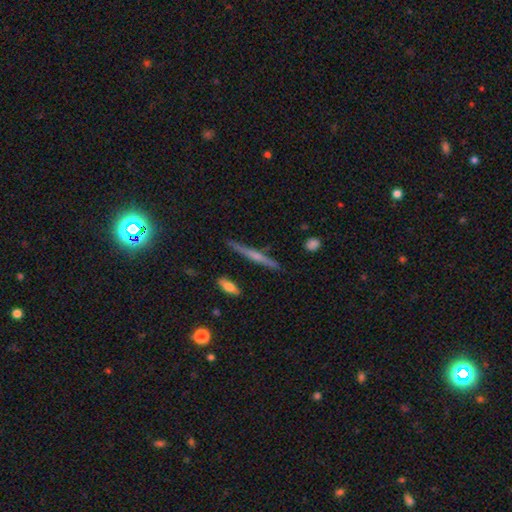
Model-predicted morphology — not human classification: A featured or disk galaxy (63%) viewed edge-on (97%) with a rounded central bulge (58%).

Vote fractions:
- Smooth or featured? featured or disk: 63% / smooth: 28% / star or artifact: 10%
- Edge-on disk? yes: 97% / no: 3%
- Edge-on bulge? rounded: 58% / none: 31% / boxy: 10%
- Merging? none: 86% / minor disturbance: 9% / merger: 2% / major disturbance: 2%